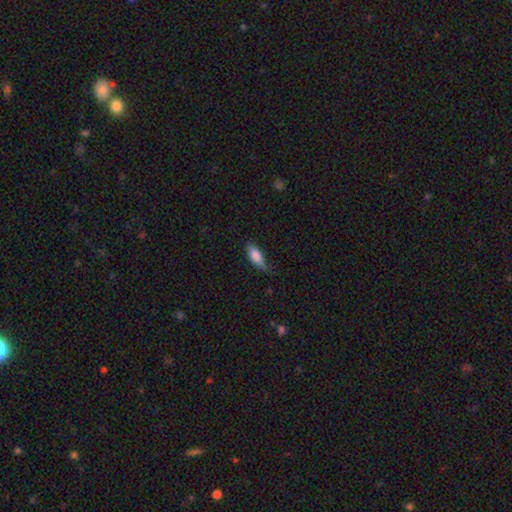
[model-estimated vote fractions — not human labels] Smooth or featured? smooth (82%)
How rounded? in between (66%)
Merging? none (62%)